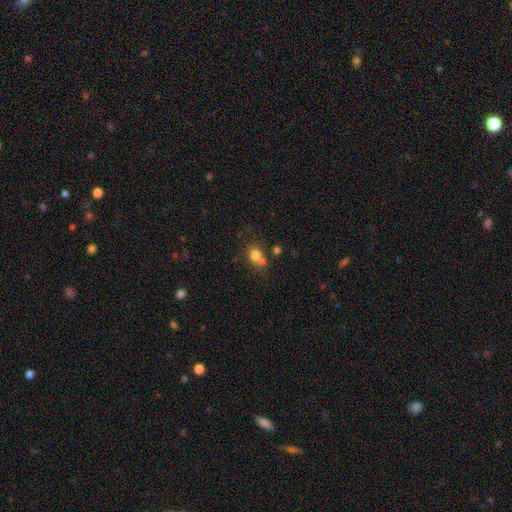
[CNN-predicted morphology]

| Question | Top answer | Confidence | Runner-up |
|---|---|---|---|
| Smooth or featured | smooth | 77% | star or artifact (13%) |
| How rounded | round | 62% | in between (37%) |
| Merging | none | 47% | merger (37%) |